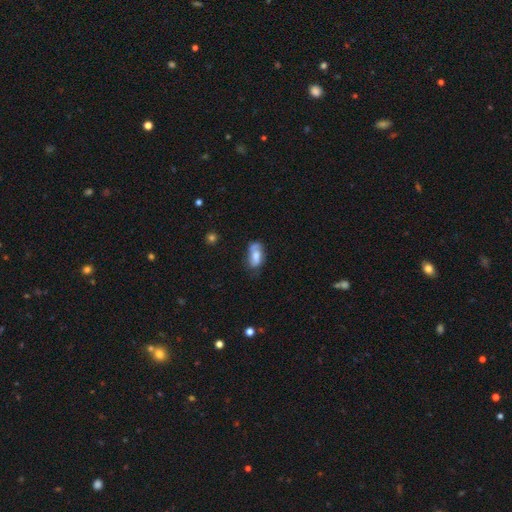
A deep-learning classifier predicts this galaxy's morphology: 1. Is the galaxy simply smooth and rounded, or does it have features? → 60% smooth, 32% featured or disk, 8% star or artifact.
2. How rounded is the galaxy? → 89% in between, 7% cigar-shaped, 5% round.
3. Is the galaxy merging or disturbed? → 46% none, 31% minor disturbance, 14% major disturbance, 9% merger.